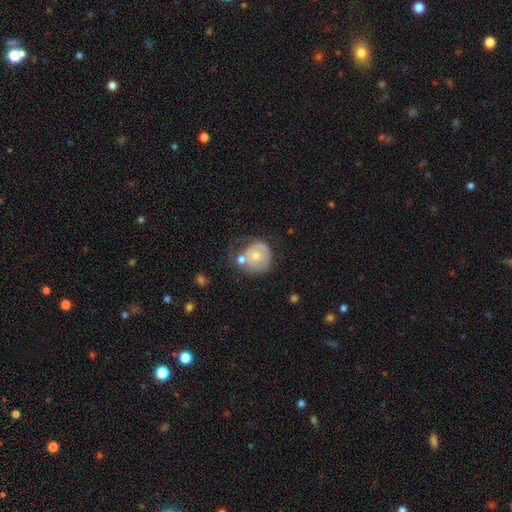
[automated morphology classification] smooth 53%, featured or disk 40%, star or artifact 7%. Down the decision tree: how rounded — round (81%); merging — none (34%).